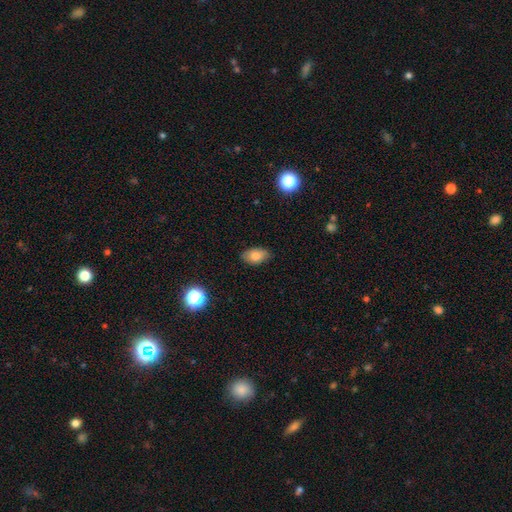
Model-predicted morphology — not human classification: type=smooth (79%); roundness=in between (90%); merging=none (79%).